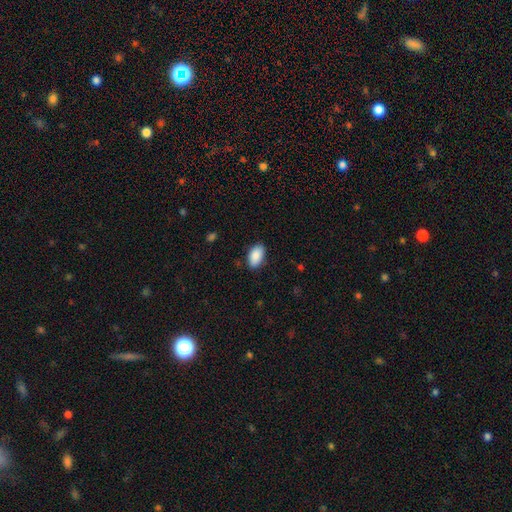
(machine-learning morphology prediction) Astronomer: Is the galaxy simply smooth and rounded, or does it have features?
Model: smooth — 90%.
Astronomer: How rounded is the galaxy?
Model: in between — 94%.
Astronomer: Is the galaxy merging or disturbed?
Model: none — 86%.